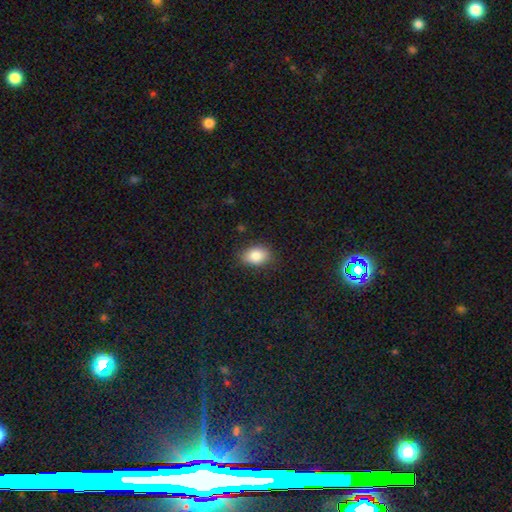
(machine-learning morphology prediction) smooth_or_featured: smooth (p=0.84) [alt: featured or disk p=0.08]
how_rounded: in between (p=0.83) [alt: round p=0.16]
merging: none (p=0.85) [alt: minor disturbance p=0.12]